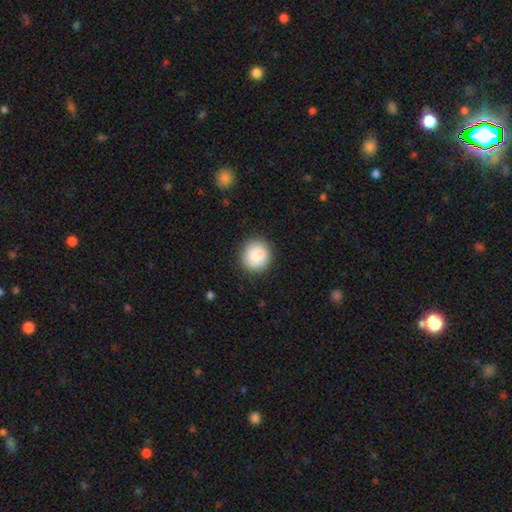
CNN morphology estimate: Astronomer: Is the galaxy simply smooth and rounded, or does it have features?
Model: smooth — 87%.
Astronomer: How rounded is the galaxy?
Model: round — 87%.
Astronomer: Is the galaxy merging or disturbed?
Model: none — 88%.